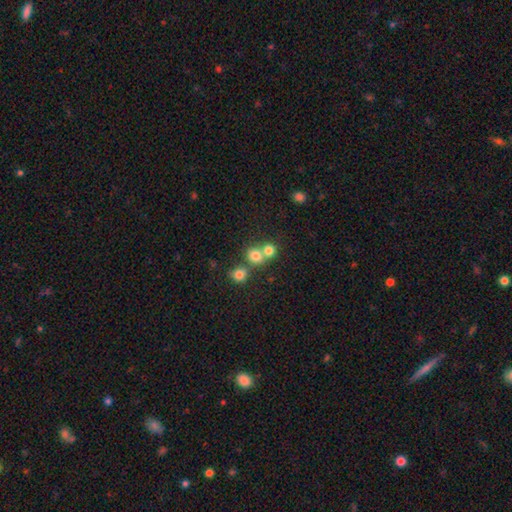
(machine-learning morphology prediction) A smooth galaxy with no disk features (76%) that is round (83%). Merging: merger (47%).